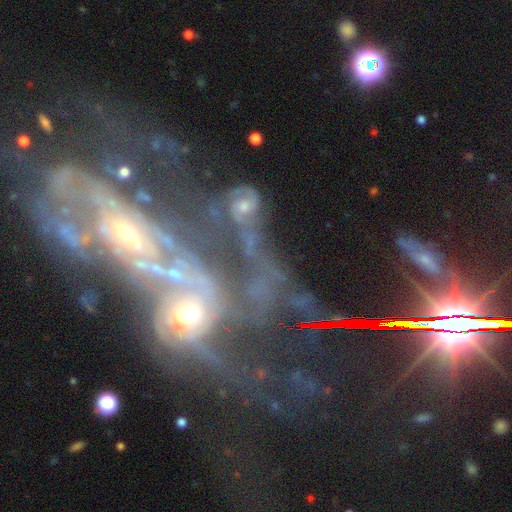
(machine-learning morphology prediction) A featured or disk galaxy (66%) with no bar (71%), spiral arms (65%) and a moderate central bulge (44%).

Vote fractions:
- Smooth or featured? featured or disk: 66% / star or artifact: 22% / smooth: 11%
- Edge-on disk? no: 93% / yes: 7%
- Bar? no: 71% / weak: 19% / strong: 9%
- Spiral arms? yes: 65% / no: 35%
- Bulge size? moderate: 44% / small: 35% / none: 11% / large: 7% / dominant: 3%
- Merging? merger: 67% / major disturbance: 19% / none: 9% / minor disturbance: 5%